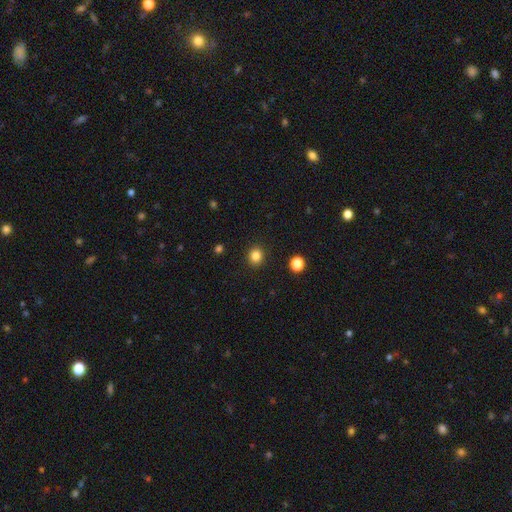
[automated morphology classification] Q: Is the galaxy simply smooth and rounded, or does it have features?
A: smooth — 84%.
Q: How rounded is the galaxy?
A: round — 83%.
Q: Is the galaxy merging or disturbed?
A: none — 91%.